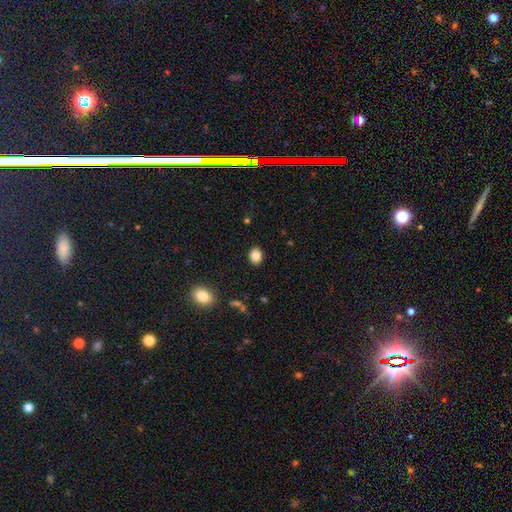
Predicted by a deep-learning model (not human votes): This appears to be a smooth galaxy with no disk features (84%) that is in between round and cigar-shaped (53%). Merging: none (90%).